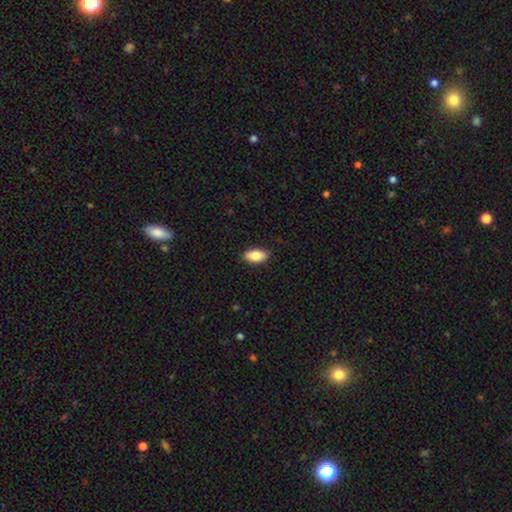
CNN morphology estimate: Smooth or featured?
  - smooth: 83% *
  - featured or disk: 10%
  - star or artifact: 7%
How rounded?
  - in between: 91% *
  - cigar-shaped: 6%
  - round: 3%
Merging?
  - none: 88% *
  - minor disturbance: 10%
  - major disturbance: 2%
  - merger: 1%